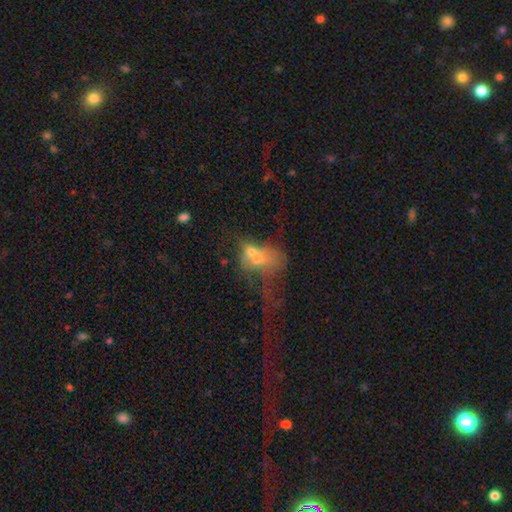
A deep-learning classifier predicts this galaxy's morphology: type=smooth (41%, tied with featured or disk); merging=merger (46%).